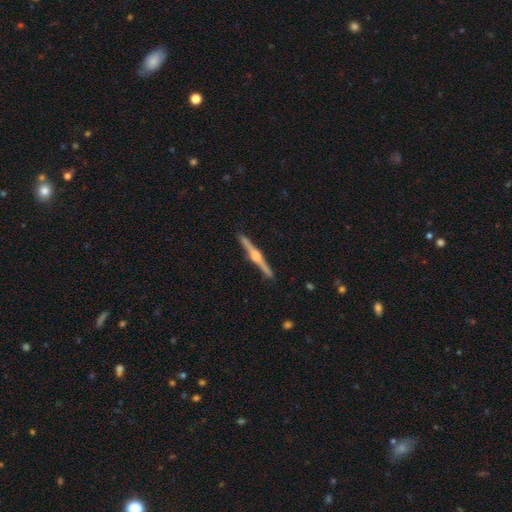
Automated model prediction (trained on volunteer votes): This is clearly a featured or disk galaxy (86%). It is clearly viewed edge-on (99%). Edge-on bulge: clearly rounded (94%). Merging: clearly none (93%).